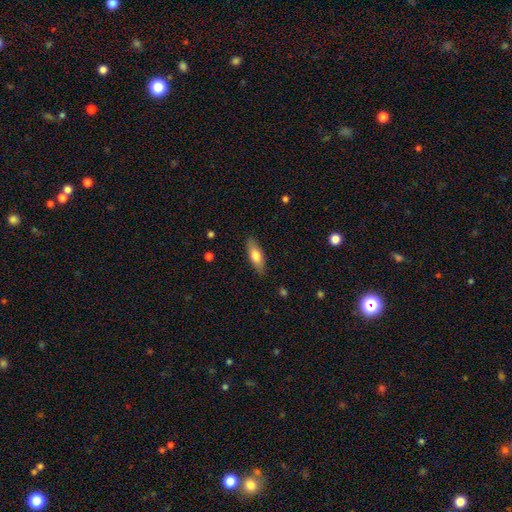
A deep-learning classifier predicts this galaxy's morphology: Smooth or featured?
  - smooth: 71% *
  - featured or disk: 23%
  - star or artifact: 6%
How rounded?
  - in between: 66% *
  - cigar-shaped: 32%
  - round: 3%
Merging?
  - none: 87% *
  - minor disturbance: 10%
  - major disturbance: 2%
  - merger: 1%